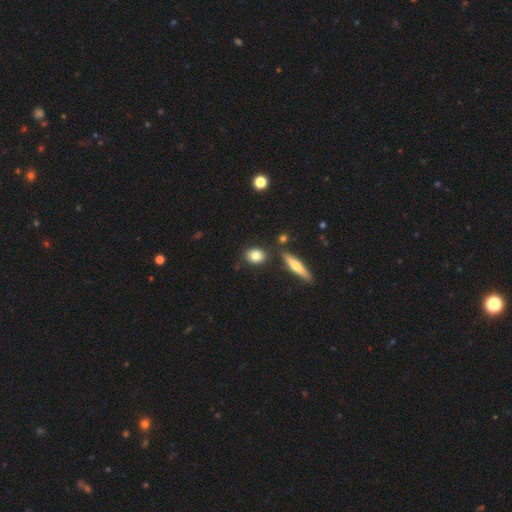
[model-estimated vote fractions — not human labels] Smooth or featured?
  - smooth: 80% *
  - featured or disk: 12%
  - star or artifact: 8%
How rounded?
  - in between: 51% *
  - round: 44%
  - cigar-shaped: 5%
Merging?
  - none: 81% *
  - minor disturbance: 10%
  - merger: 7%
  - major disturbance: 3%